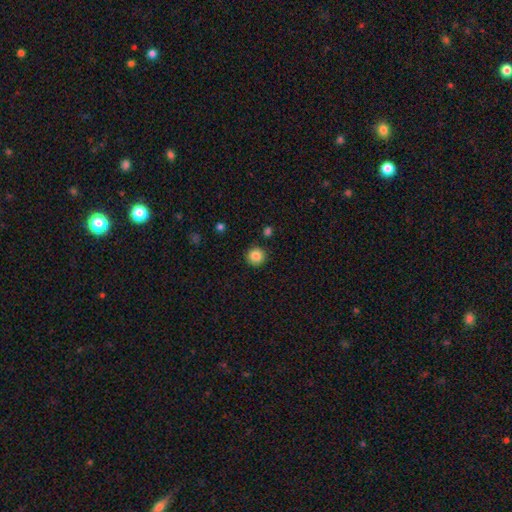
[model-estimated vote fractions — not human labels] Smooth or featured?
  - smooth: 86% *
  - star or artifact: 10%
  - featured or disk: 4%
How rounded?
  - round: 94% *
  - in between: 5%
  - cigar-shaped: 1%
Merging?
  - none: 90% *
  - minor disturbance: 6%
  - merger: 2%
  - major disturbance: 2%